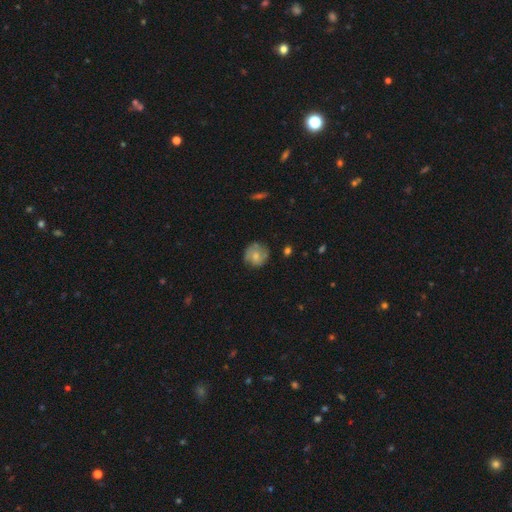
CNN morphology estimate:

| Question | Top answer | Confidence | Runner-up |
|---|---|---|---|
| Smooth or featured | smooth | 47% | featured or disk (45%) |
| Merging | none | 72% | minor disturbance (20%) |